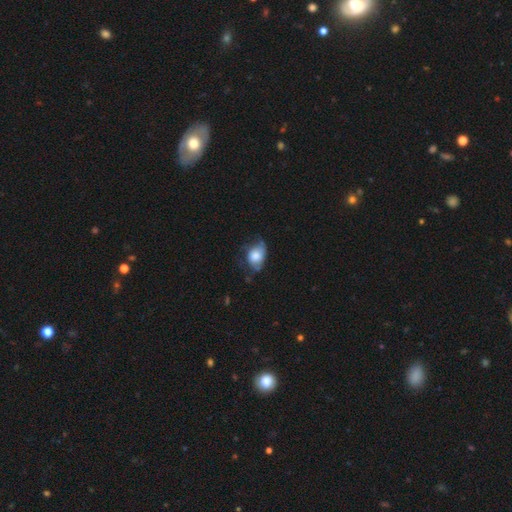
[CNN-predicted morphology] Smooth or featured? Predicted: smooth (p=0.72). How rounded? Predicted: in between (p=0.67). Merging? Predicted: minor disturbance (p=0.39).